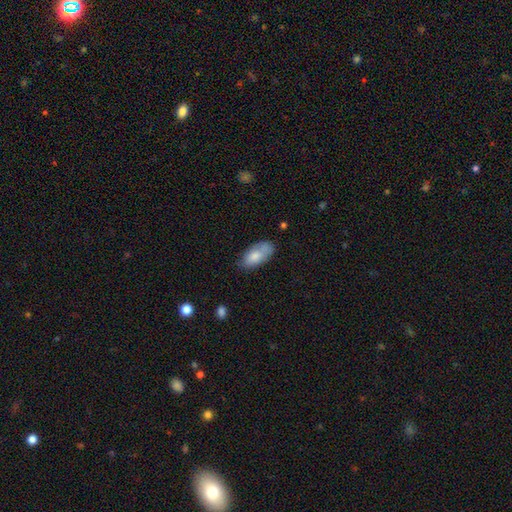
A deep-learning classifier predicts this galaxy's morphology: A smooth galaxy with no disk features (78%) that is in between round and cigar-shaped (92%).

Vote fractions:
- Smooth or featured? smooth: 78% / featured or disk: 15% / star or artifact: 7%
- How rounded? in between: 92% / cigar-shaped: 5% / round: 3%
- Merging? none: 60% / minor disturbance: 28% / major disturbance: 7% / merger: 4%